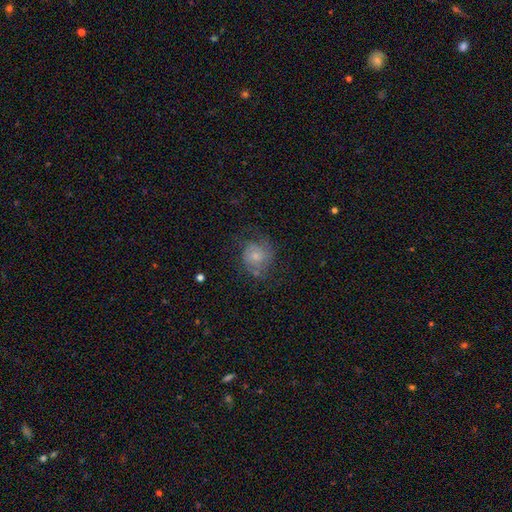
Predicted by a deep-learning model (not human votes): Q: Smooth or featured?
A: featured or disk (52%); runner-up: smooth (39%)
Q: Edge-on disk?
A: no (98%); runner-up: yes (2%)
Q: Bar?
A: no (75%); runner-up: weak (22%)
Q: Spiral arms?
A: yes (82%); runner-up: no (18%)
Q: Bulge size?
A: small (52%); runner-up: moderate (37%)
Q: Merging?
A: none (57%); runner-up: minor disturbance (23%)